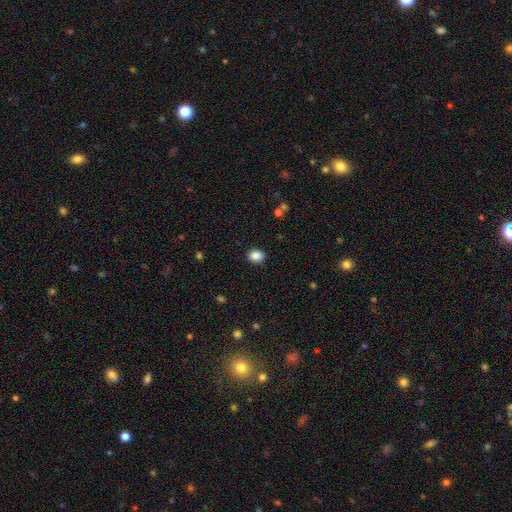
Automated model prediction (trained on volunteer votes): smooth-or-featured: smooth: 87% | star or artifact: 9% | featured or disk: 4%
  how-rounded: in between: 55% | round: 44% | cigar-shaped: 1%
  merging: none: 89% | minor disturbance: 8% | major disturbance: 2% | merger: 1%